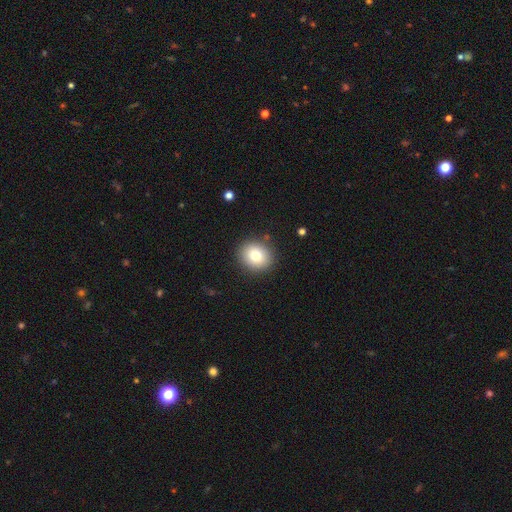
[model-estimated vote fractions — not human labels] This is likely a smooth galaxy (79%). How rounded: likely round (78%). Merging: clearly none (89%).